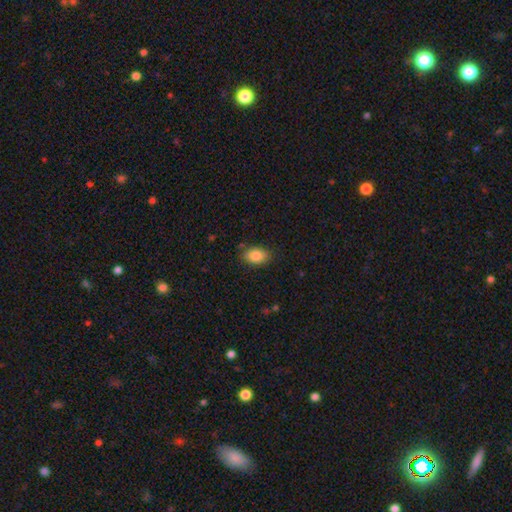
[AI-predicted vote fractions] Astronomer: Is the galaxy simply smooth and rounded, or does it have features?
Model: smooth — 86%.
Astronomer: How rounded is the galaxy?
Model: in between — 85%.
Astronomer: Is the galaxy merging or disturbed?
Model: none — 83%.